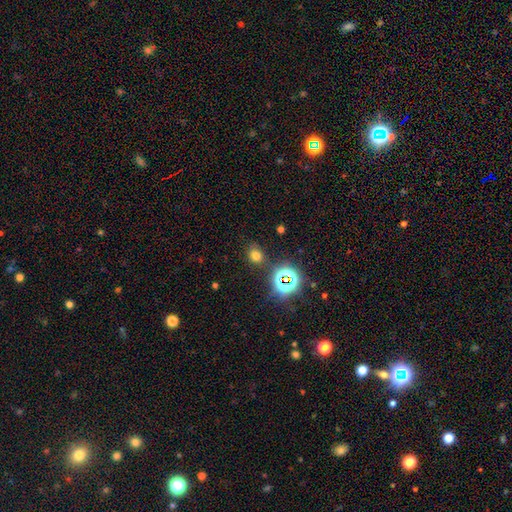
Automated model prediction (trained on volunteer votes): This is likely a smooth galaxy (66%). How rounded: likely round (61%). Merging: likely none (80%).